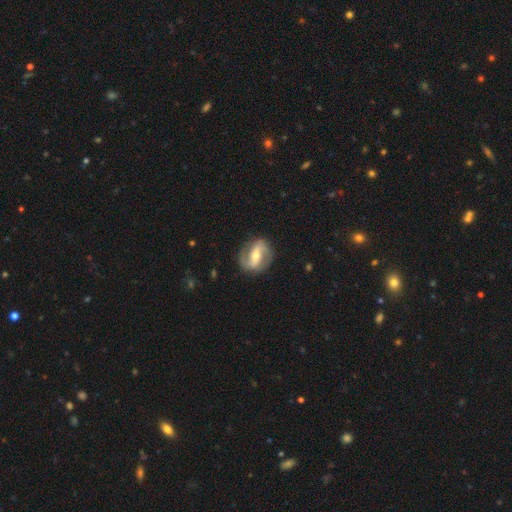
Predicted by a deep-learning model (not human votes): Smooth or featured? Predicted: featured or disk (p=0.82). Edge-on disk? Predicted: no (p=0.96). Bar? Predicted: strong (p=0.47). Spiral arms? Predicted: yes (p=0.90). Spiral winding? Predicted: medium (p=0.43). Spiral arm count? Predicted: 2 (p=0.91). Bulge size? Predicted: moderate (p=0.59). Merging? Predicted: none (p=0.83).